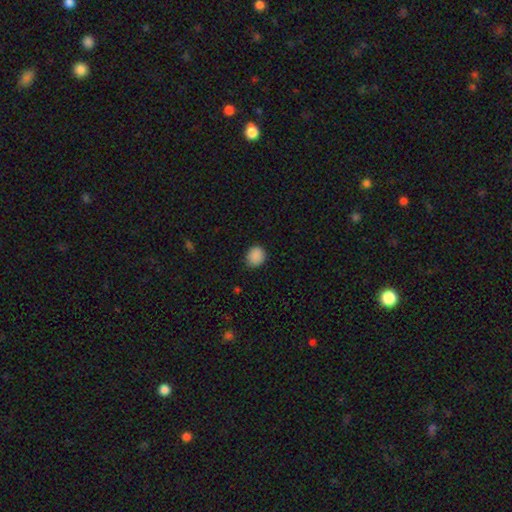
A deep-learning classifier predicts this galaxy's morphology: The model was most divided on "how rounded": round: 77%, in between: 22%, cigar-shaped: 1%. More confident: smooth or featured — smooth (89%); merging — none (84%).